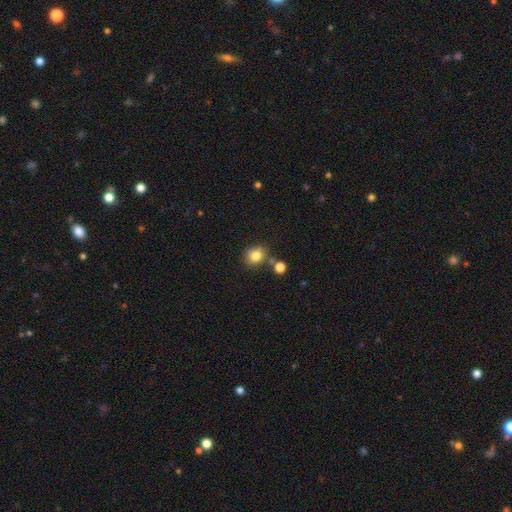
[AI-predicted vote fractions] Smooth or featured: smooth — 81% (star or artifact — 12%)
How rounded: round — 72% (in between — 27%)
Merging: none — 70% (minor disturbance — 13%)